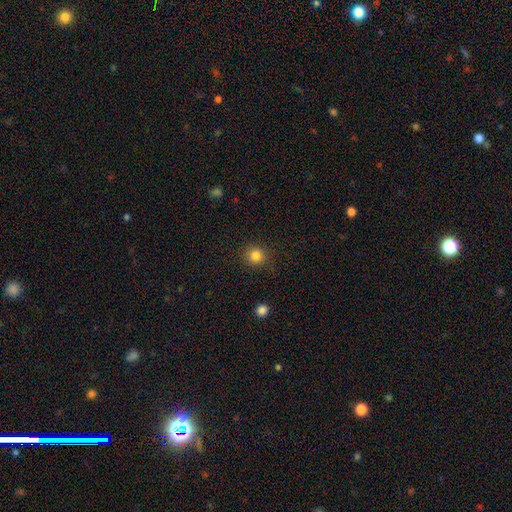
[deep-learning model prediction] A smooth galaxy with no disk features (83%) that is round (92%). Merging: none (89%).